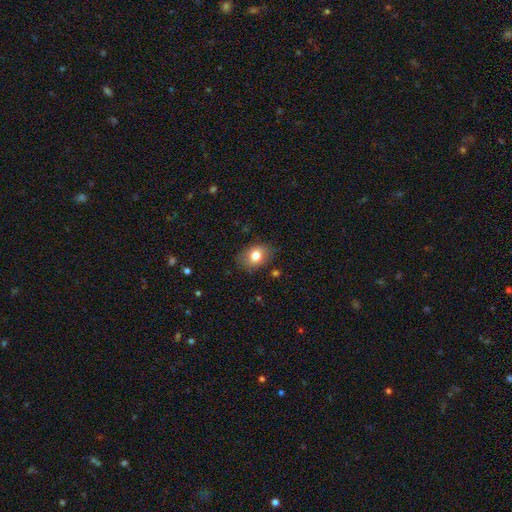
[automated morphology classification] smooth-or-featured: smooth: 78% | featured or disk: 14% | star or artifact: 9%
  how-rounded: in between: 72% | round: 27% | cigar-shaped: 1%
  merging: none: 79% | minor disturbance: 16% | major disturbance: 4% | merger: 1%